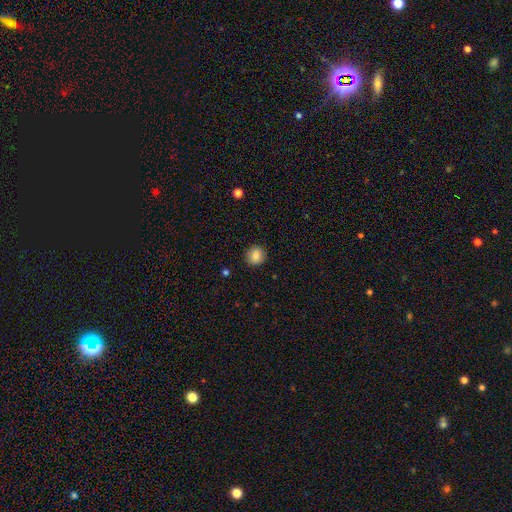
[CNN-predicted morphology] smooth 85%, star or artifact 9%, featured or disk 6%. Down the decision tree: how rounded — round (89%); merging — none (91%).